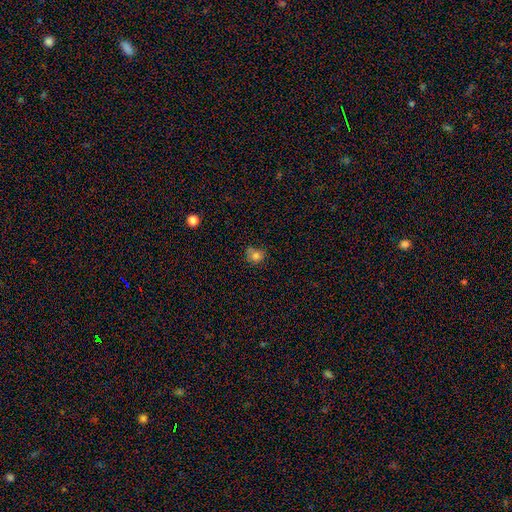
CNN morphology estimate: The model was most divided on "merging": none: 59%, minor disturbance: 28%, major disturbance: 7%, merger: 6%. More confident: smooth or featured — smooth (79%); how rounded — round (76%).